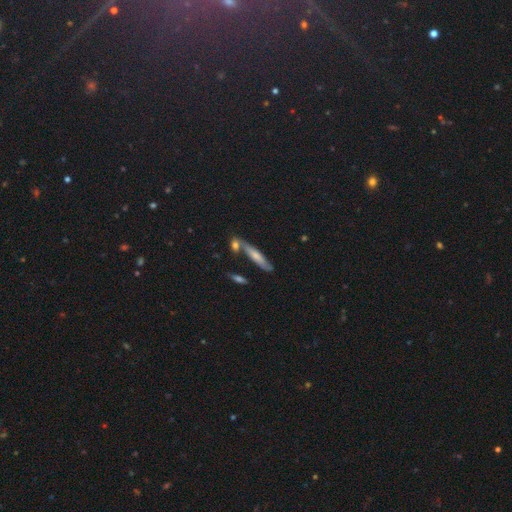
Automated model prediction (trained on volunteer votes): The model was most divided on "smooth or featured": smooth: 52%, featured or disk: 40%, star or artifact: 7%. More confident: how rounded — cigar-shaped (83%); merging — none (65%).